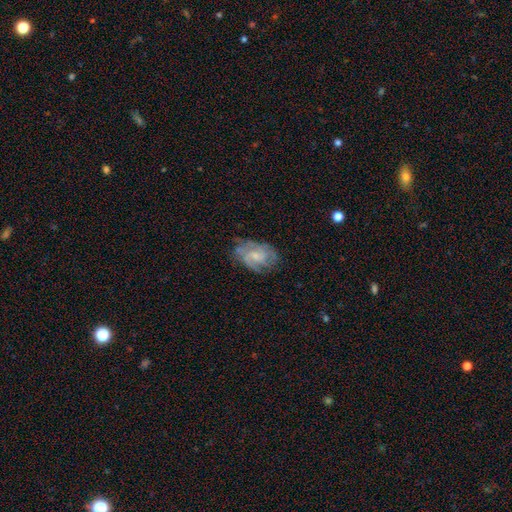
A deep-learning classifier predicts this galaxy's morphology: This is likely a featured or disk galaxy (68%). It is clearly not viewed edge-on (96%). Bar: possibly no (50%). Spiral arm pattern: clearly yes (85%). Spiral arm count: marginally 2 (39%). Spiral winding: marginally medium (43%). Central bulge: possibly small (48%). Merging: likely none (63%).